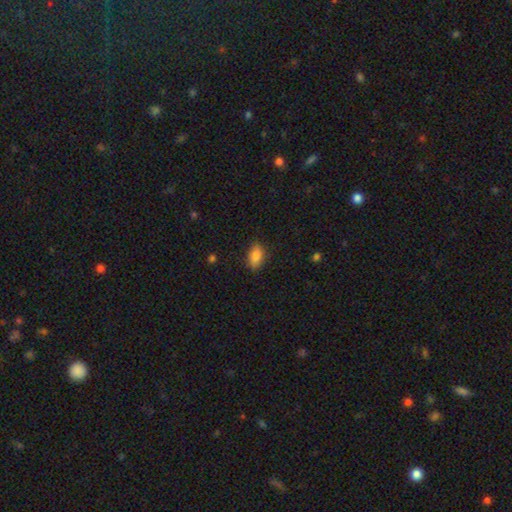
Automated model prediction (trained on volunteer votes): smooth_or_featured: smooth (p=0.85) [alt: star or artifact p=0.08]
how_rounded: in between (p=0.89) [alt: round p=0.07]
merging: none (p=0.84) [alt: minor disturbance p=0.12]